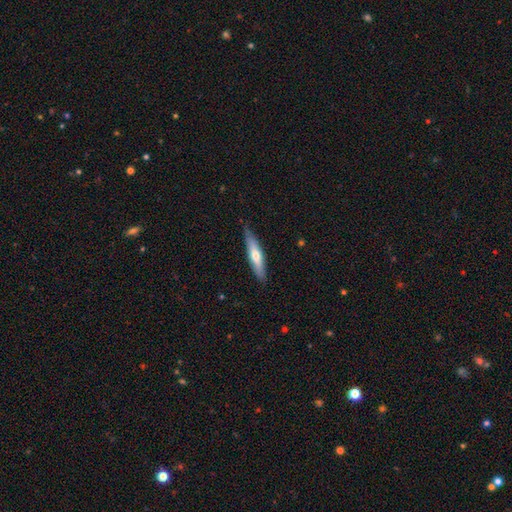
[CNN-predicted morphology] Smooth or featured? Predicted: smooth (p=0.53). How rounded? Predicted: cigar-shaped (p=0.81). Merging? Predicted: none (p=0.81).